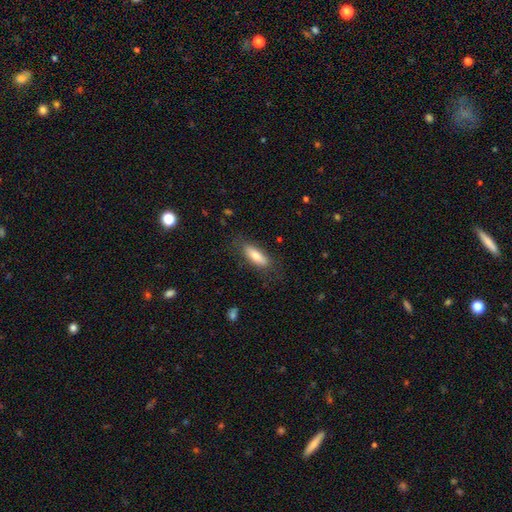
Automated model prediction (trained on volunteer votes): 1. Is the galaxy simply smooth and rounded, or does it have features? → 74% smooth, 19% featured or disk, 7% star or artifact.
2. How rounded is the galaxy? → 59% in between, 39% cigar-shaped, 2% round.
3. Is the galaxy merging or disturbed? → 78% none, 16% minor disturbance, 5% major disturbance, 1% merger.